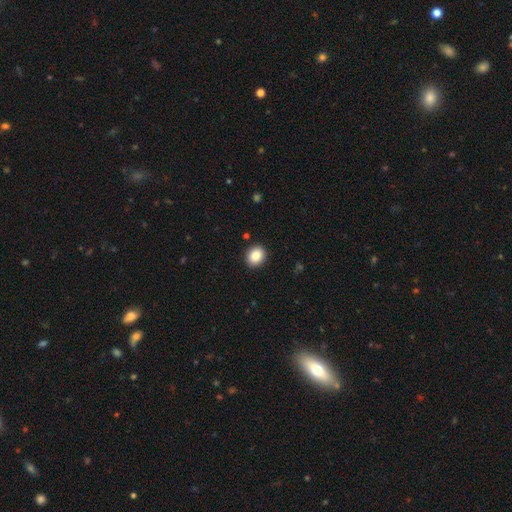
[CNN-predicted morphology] Smooth or featured: smooth — 87% (star or artifact — 9%)
How rounded: round — 64% (in between — 35%)
Merging: none — 91% (minor disturbance — 6%)